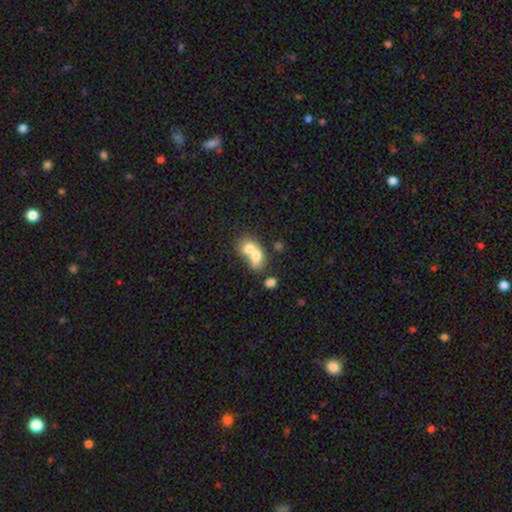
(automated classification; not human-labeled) Smooth or featured? smooth (69%)
How rounded? in between (57%)
Merging? merger (77%)